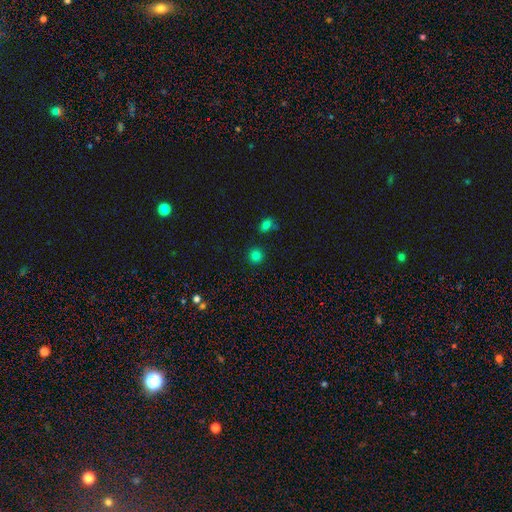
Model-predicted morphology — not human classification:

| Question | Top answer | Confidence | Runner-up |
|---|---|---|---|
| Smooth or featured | smooth | 81% | star or artifact (14%) |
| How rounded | round | 91% | in between (8%) |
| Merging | none | 87% | minor disturbance (7%) |